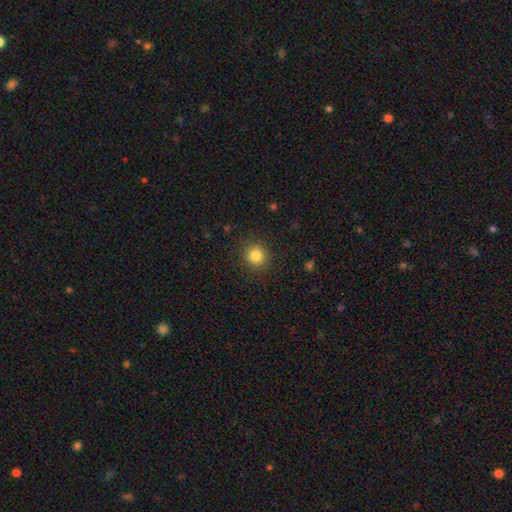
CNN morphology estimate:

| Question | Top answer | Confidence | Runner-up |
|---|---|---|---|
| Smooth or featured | smooth | 84% | star or artifact (11%) |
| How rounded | round | 91% | in between (8%) |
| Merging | none | 90% | minor disturbance (7%) |